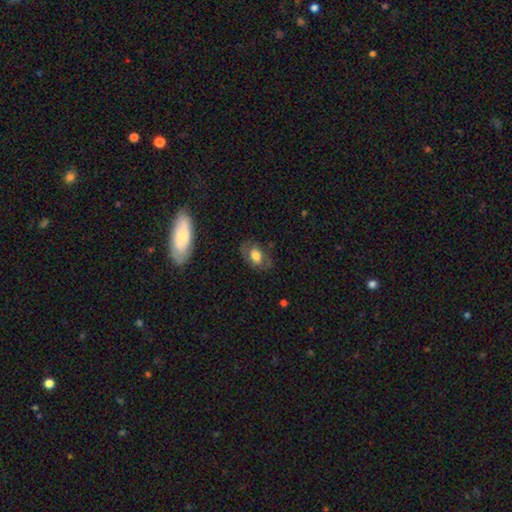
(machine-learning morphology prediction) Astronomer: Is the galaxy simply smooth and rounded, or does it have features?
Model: smooth — 59%.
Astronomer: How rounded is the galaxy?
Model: in between — 82%.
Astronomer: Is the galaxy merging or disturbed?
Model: none — 72%.